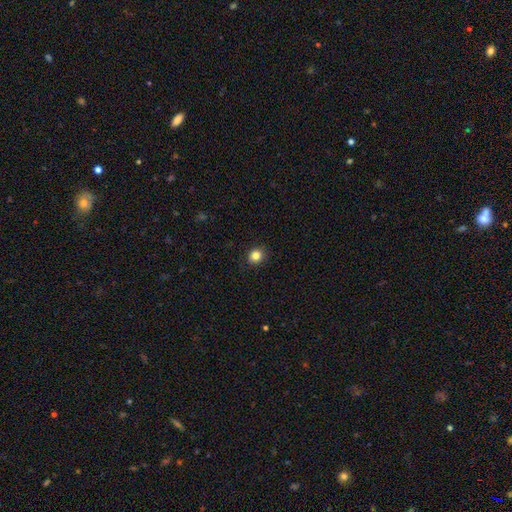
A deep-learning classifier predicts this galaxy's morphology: Smooth or featured?
  - smooth: 84% *
  - star or artifact: 11%
  - featured or disk: 5%
How rounded?
  - round: 80% *
  - in between: 19%
  - cigar-shaped: 1%
Merging?
  - none: 90% *
  - minor disturbance: 7%
  - major disturbance: 2%
  - merger: 1%